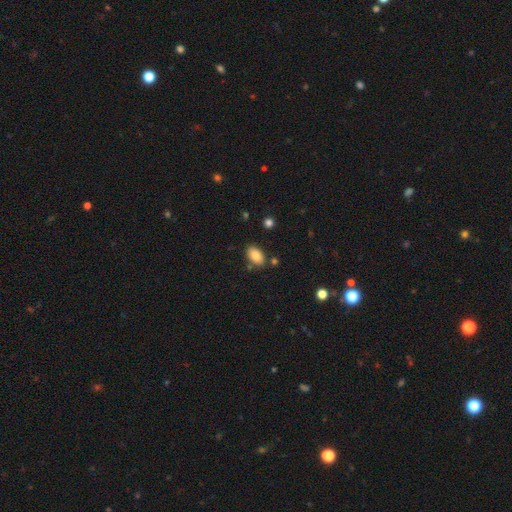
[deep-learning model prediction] Smooth or featured: smooth — 85% (star or artifact — 8%)
How rounded: in between — 92% (round — 6%)
Merging: none — 80% (minor disturbance — 12%)